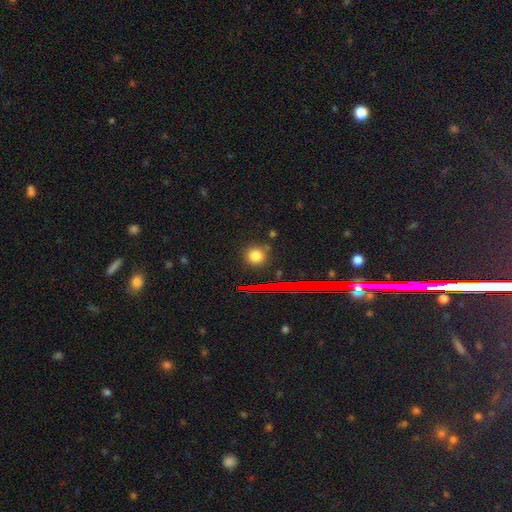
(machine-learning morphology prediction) smooth-or-featured: smooth: 77% | star or artifact: 17% | featured or disk: 6%
  how-rounded: round: 88% | in between: 10% | cigar-shaped: 1%
  merging: none: 83% | minor disturbance: 10% | merger: 4% | major disturbance: 3%